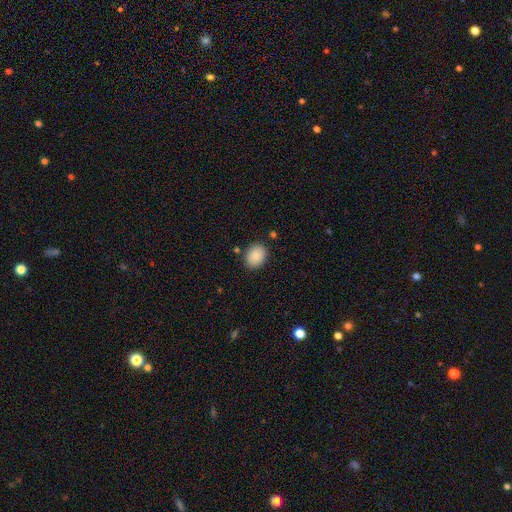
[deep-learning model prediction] smooth-or-featured: smooth: 88% | star or artifact: 8% | featured or disk: 5%
  how-rounded: in between: 60% | round: 39% | cigar-shaped: 1%
  merging: none: 86% | minor disturbance: 10% | major disturbance: 2% | merger: 2%